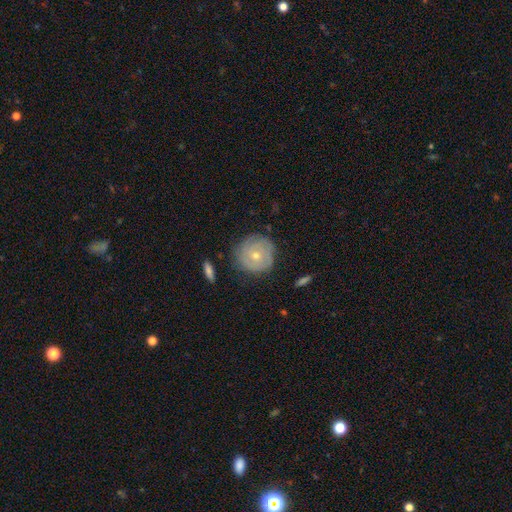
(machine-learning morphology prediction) featured or disk 52%, smooth 41%, star or artifact 7%. Down the decision tree: edge-on disk — no (96%); bar — no (82%); spiral arms — yes (72%); bulge size — small (57%); merging — none (77%).